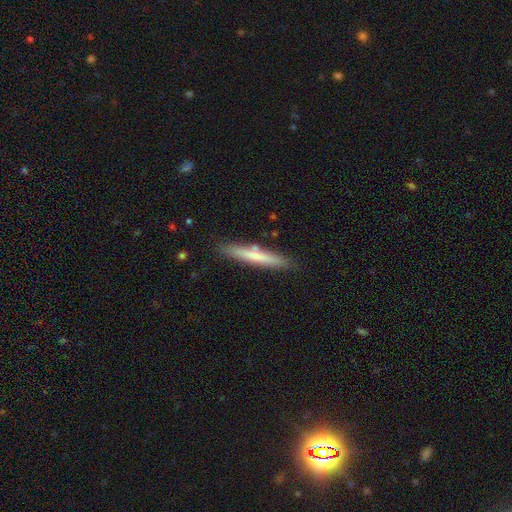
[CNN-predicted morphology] Smooth or featured? Predicted: smooth (p=0.62). How rounded? Predicted: cigar-shaped (p=0.94). Merging? Predicted: none (p=0.85).